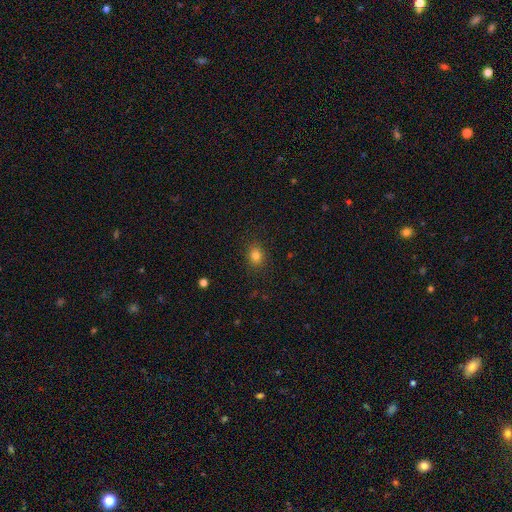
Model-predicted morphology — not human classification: Q: Smooth or featured?
A: smooth (82%); runner-up: star or artifact (12%)
Q: How rounded?
A: round (58%); runner-up: in between (41%)
Q: Merging?
A: none (88%); runner-up: minor disturbance (8%)